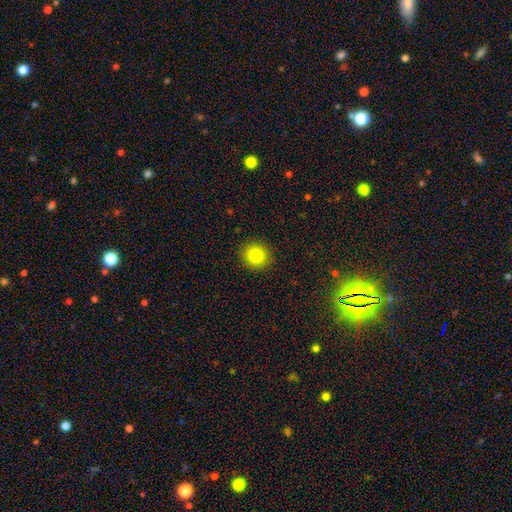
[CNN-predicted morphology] This appears to be a smooth galaxy with no disk features (86%) that is round (85%). Merging: none (90%).